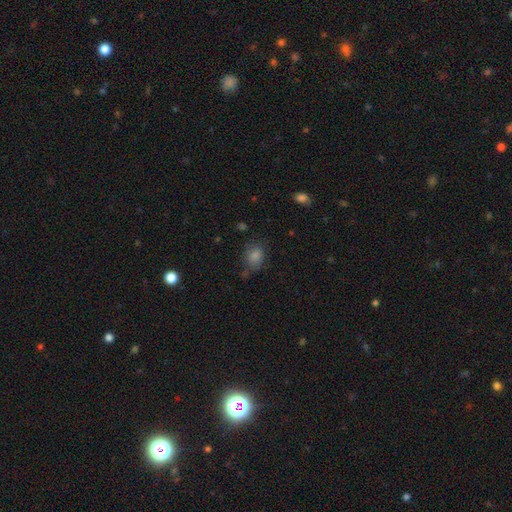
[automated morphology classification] smooth_or_featured: smooth (p=0.82) [alt: star or artifact p=0.11]
how_rounded: in between (p=0.53) [alt: round p=0.46]
merging: none (p=0.65) [alt: minor disturbance p=0.22]